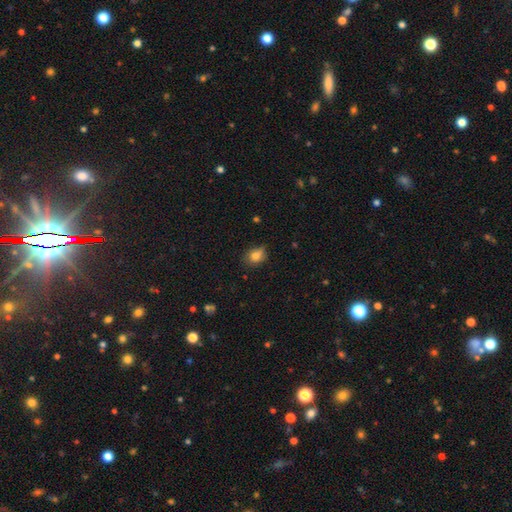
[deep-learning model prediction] smooth-or-featured: smooth: 81% | star or artifact: 10% | featured or disk: 9%
  how-rounded: in between: 62% | round: 36% | cigar-shaped: 2%
  merging: none: 67% | minor disturbance: 27% | major disturbance: 4% | merger: 2%